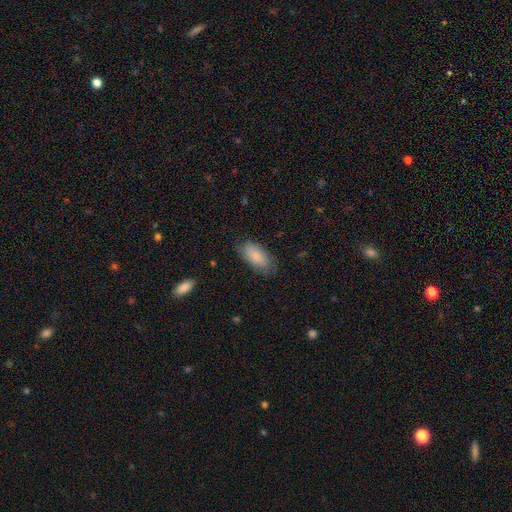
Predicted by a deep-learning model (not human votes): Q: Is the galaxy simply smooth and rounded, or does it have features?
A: smooth — 83%.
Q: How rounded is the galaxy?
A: in between — 91%.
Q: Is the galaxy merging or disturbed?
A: none — 76%.